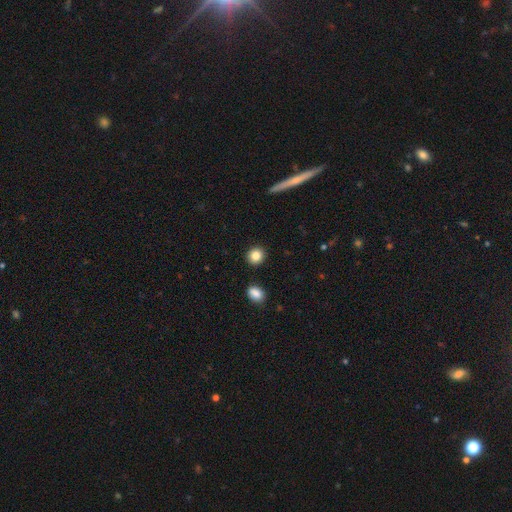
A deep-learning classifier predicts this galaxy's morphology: This is clearly a smooth galaxy (85%). How rounded: clearly round (86%). Merging: clearly none (90%).